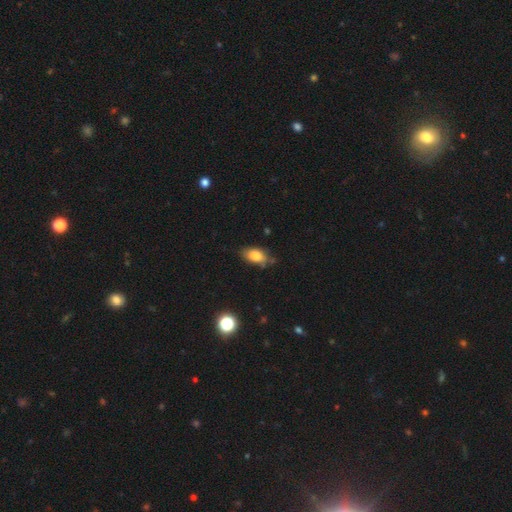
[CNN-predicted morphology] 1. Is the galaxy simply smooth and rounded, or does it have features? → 82% smooth, 10% featured or disk, 8% star or artifact.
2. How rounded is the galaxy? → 90% in between, 5% round, 5% cigar-shaped.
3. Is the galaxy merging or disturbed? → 67% none, 25% minor disturbance, 5% major disturbance, 3% merger.